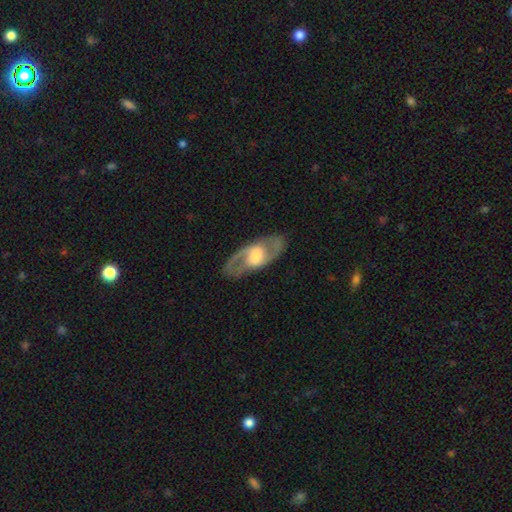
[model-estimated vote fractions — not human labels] smooth_or_featured: featured or disk (p=0.81) [alt: smooth p=0.15]
disk_edge_on: no (p=0.91) [alt: yes p=0.09]
bar: weak (p=0.44) [alt: no p=0.33]
has_spiral_arms: yes (p=0.88) [alt: no p=0.12]
spiral_winding: medium (p=0.56) [alt: loose p=0.23]
spiral_arm_count: 2 (p=0.90) [alt: can't tell p=0.05]
bulge_size: moderate (p=0.43) [alt: large p=0.36]
merging: none (p=0.84) [alt: minor disturbance p=0.10]